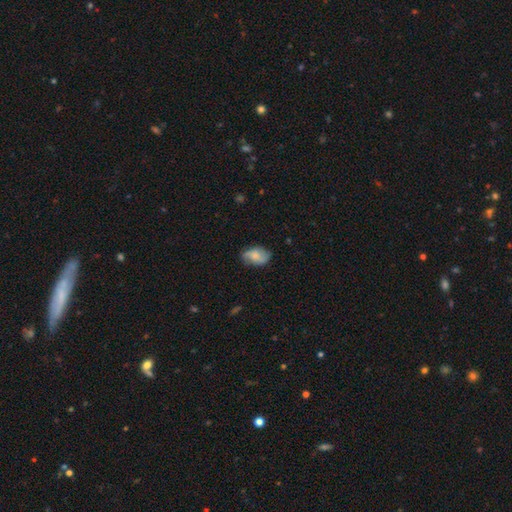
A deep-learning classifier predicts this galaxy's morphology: This appears to be a smooth galaxy with no disk features (51%) that is in between round and cigar-shaped (85%). Merging: none (74%).